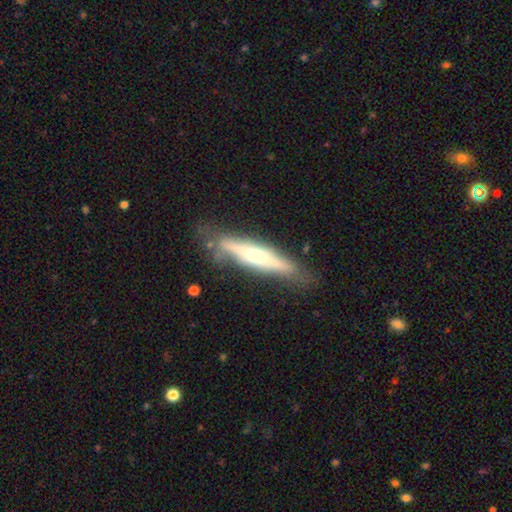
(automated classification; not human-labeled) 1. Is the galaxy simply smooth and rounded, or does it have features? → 59% featured or disk, 35% smooth, 6% star or artifact.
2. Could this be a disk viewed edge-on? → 85% yes, 15% no.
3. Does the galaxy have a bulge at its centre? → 80% rounded, 11% none, 8% boxy.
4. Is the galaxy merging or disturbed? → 70% none, 20% minor disturbance, 6% major disturbance, 4% merger.